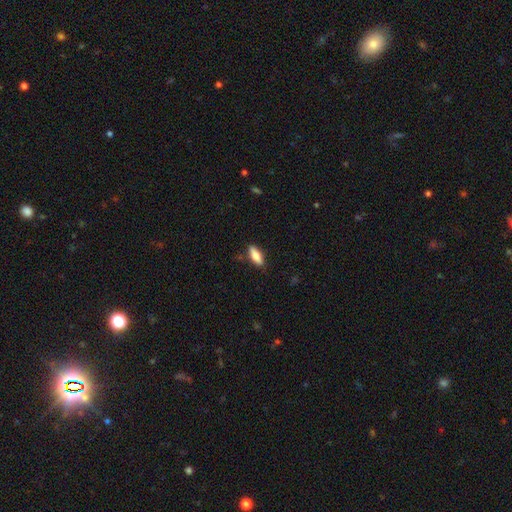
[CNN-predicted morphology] A smooth galaxy with no disk features (77%) that is in between round and cigar-shaped (67%). Merging: none (82%).